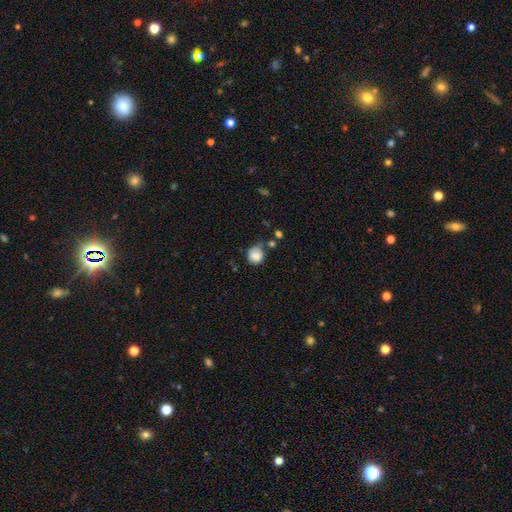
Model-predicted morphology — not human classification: This appears to be a smooth galaxy with no disk features (82%) that is round (83%). Merging: none (54%).